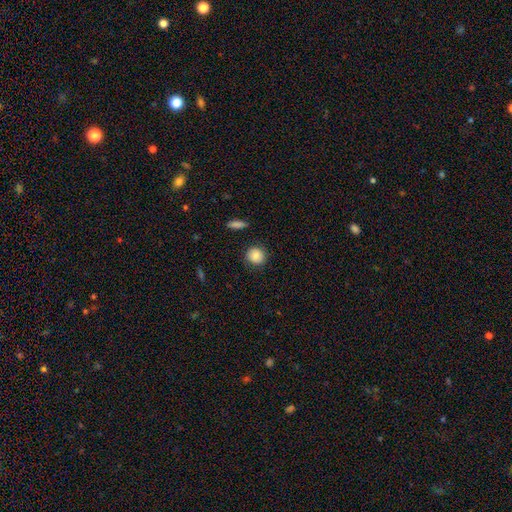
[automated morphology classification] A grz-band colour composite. It shows a smooth galaxy with no disk features (85%) that is round (88%). Merging: none (86%).